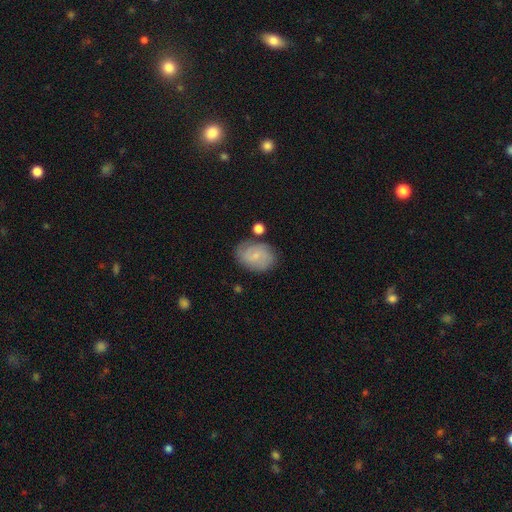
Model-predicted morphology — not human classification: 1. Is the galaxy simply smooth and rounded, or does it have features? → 50% featured or disk, 42% smooth, 8% star or artifact.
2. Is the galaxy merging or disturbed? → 73% none, 17% minor disturbance, 5% merger, 5% major disturbance.